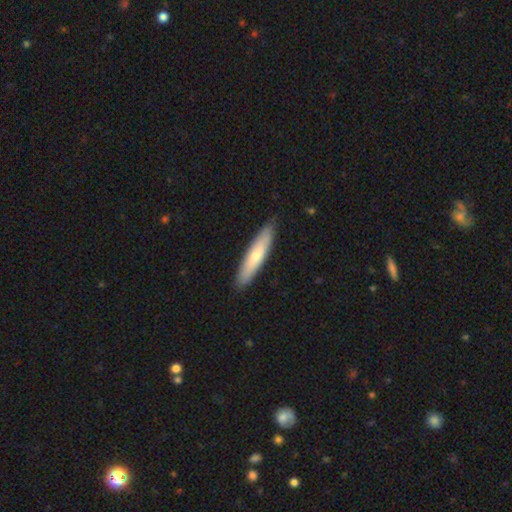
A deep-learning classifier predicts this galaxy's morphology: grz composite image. It shows a smooth galaxy with no disk features (64%) that is cigar-shaped (81%). Merging: none (88%).